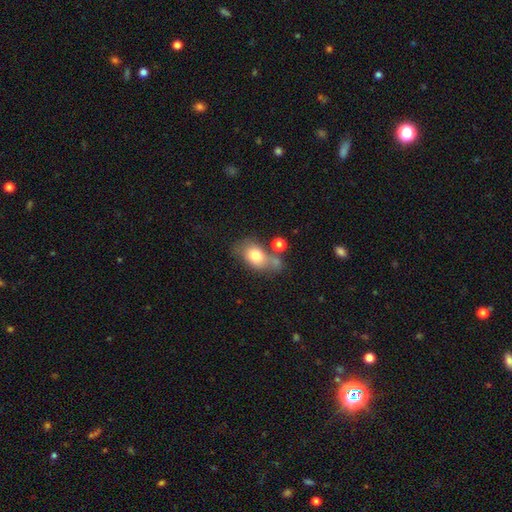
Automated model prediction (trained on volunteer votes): This appears to be a smooth galaxy with no disk features (74%) that is in between round and cigar-shaped (77%). Merging: none (41%).